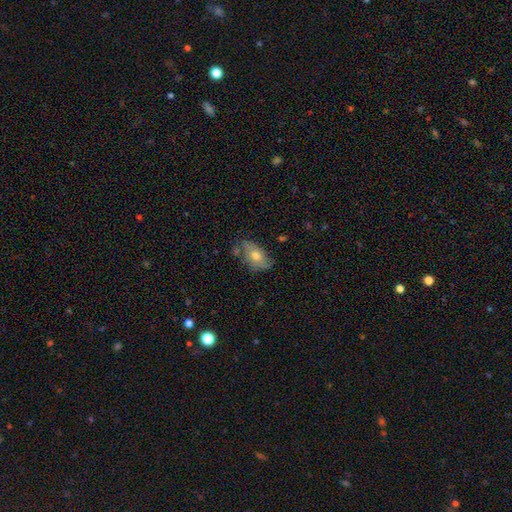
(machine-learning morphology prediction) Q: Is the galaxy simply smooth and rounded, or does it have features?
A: smooth — 45%, tied with featured or disk.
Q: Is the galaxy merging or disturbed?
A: none — 63%.